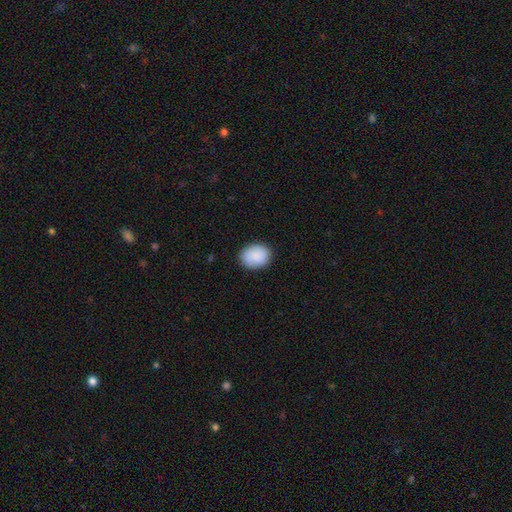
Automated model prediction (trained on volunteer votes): smooth-or-featured: smooth: 86% | featured or disk: 8% | star or artifact: 6%
  how-rounded: round: 57% | in between: 42% | cigar-shaped: 1%
  merging: none: 85% | minor disturbance: 11% | major disturbance: 3% | merger: 1%